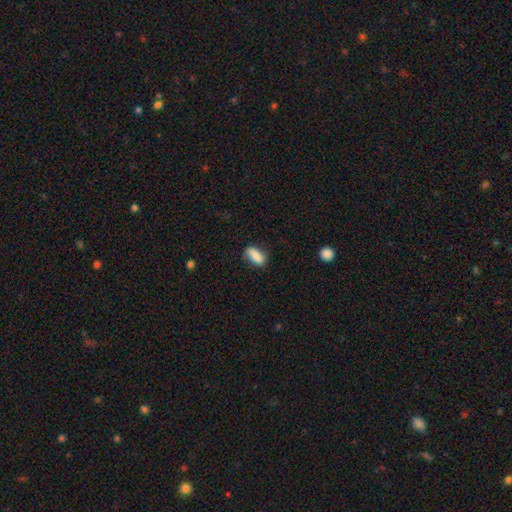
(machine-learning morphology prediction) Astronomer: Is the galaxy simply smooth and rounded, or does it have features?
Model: smooth — 79%.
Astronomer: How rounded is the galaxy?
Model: in between — 87%.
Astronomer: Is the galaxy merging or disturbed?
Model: none — 71%.